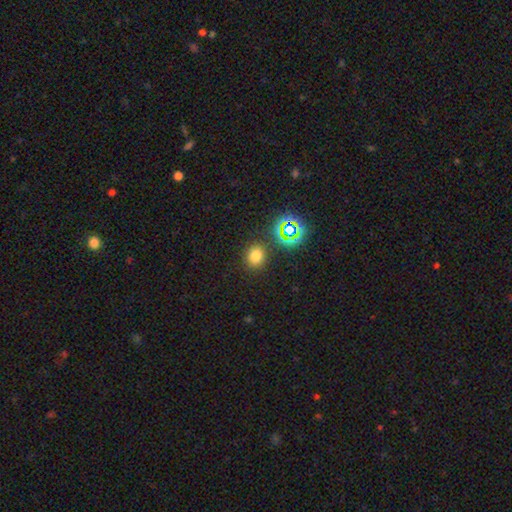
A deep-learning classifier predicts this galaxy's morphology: Smooth or featured? smooth (73%)
How rounded? round (77%)
Merging? none (86%)